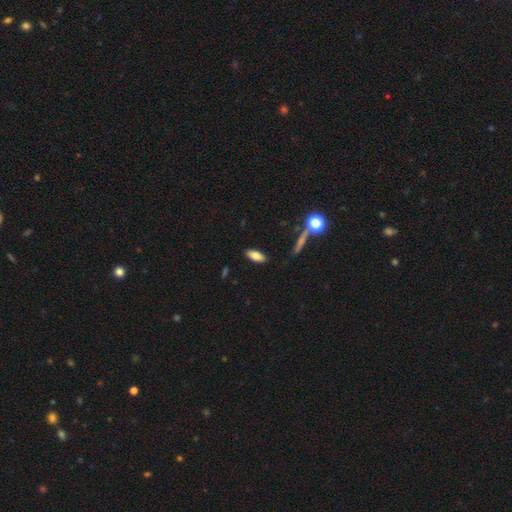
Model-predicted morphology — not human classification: This is likely a smooth galaxy (78%). How rounded: clearly in between (80%). Merging: clearly none (87%).